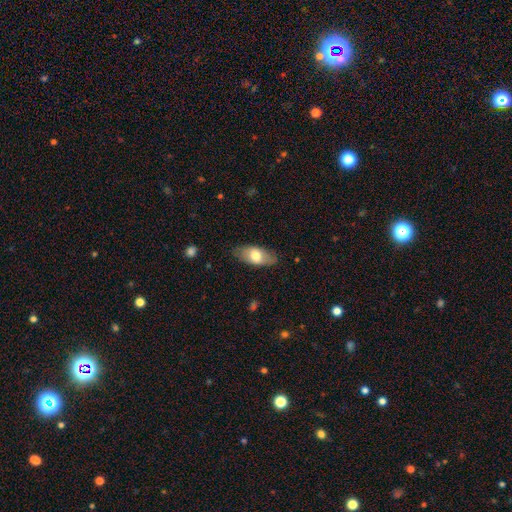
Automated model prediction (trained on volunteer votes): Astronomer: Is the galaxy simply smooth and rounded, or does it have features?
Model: smooth — 69%.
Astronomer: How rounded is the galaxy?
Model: in between — 89%.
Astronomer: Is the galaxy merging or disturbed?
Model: none — 81%.